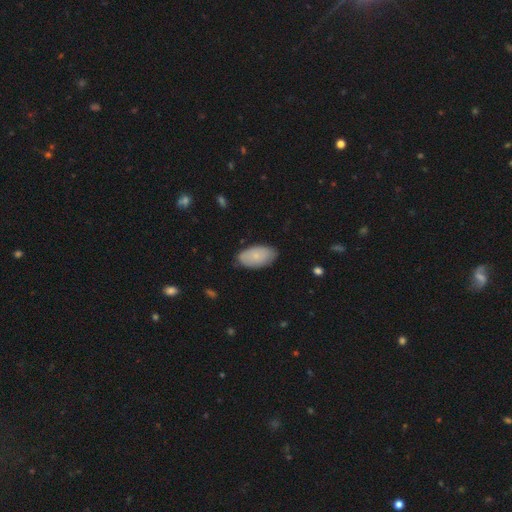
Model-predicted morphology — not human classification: smooth 75%, featured or disk 19%, star or artifact 6%. Down the decision tree: how rounded — in between (95%); merging — none (80%).